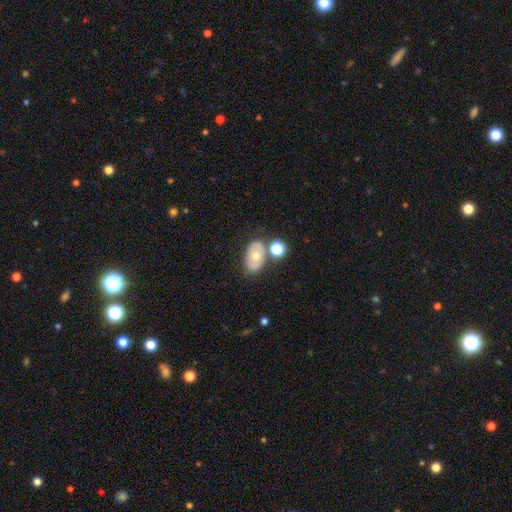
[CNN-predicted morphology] Overall: smooth (53%; featured or disk 39%). How rounded: in between (86%). Merging: none (66%).